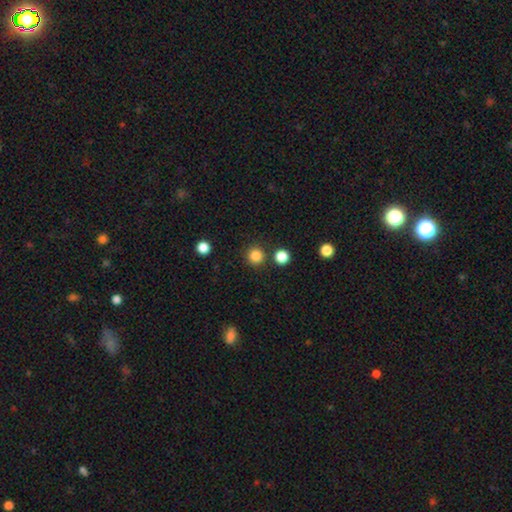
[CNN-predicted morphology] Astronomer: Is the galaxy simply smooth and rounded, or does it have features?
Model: smooth — 84%.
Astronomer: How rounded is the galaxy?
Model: round — 95%.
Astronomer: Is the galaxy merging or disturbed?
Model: none — 87%.